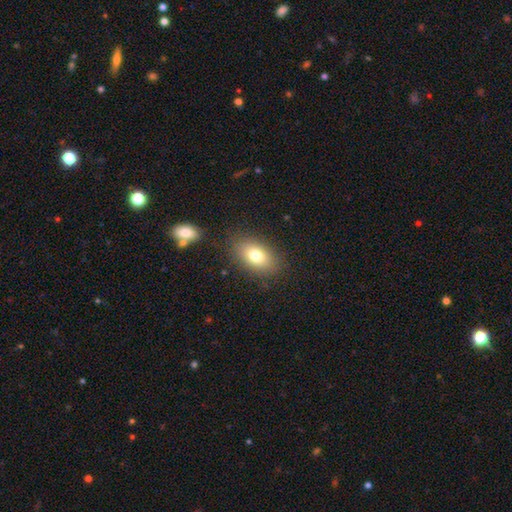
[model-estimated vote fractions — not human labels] Morphology: type=smooth (77%); roundness=in between (86%); merging=none (84%).